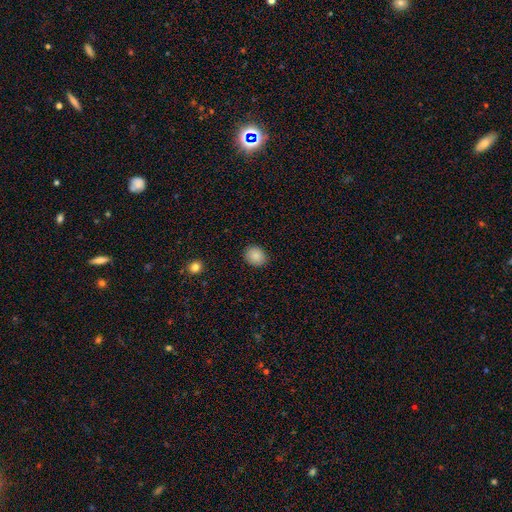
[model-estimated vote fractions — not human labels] Overall: smooth (87%). How rounded: round (59%; in between 40%). Merging: none (88%).